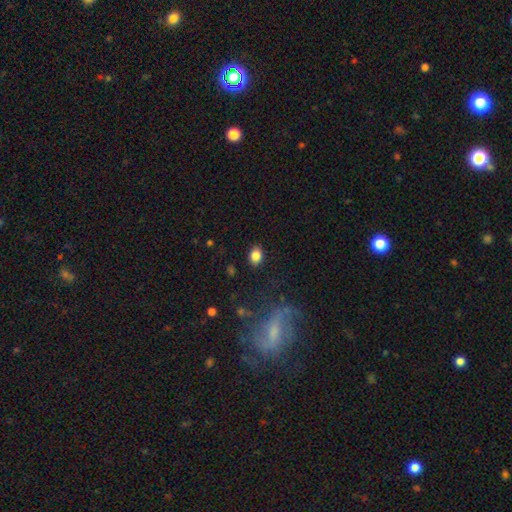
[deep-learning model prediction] Morphology: type=smooth (85%); roundness=in between (65%); merging=none (86%).